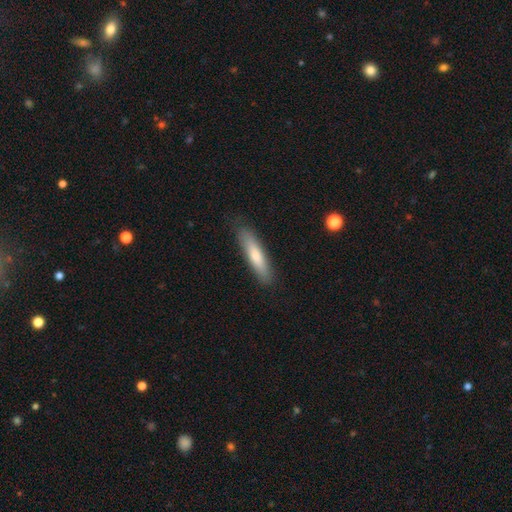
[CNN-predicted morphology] The model was most divided on "smooth or featured": smooth: 72%, featured or disk: 23%, star or artifact: 6%. More confident: merging — none (85%); how rounded — cigar-shaped (81%).